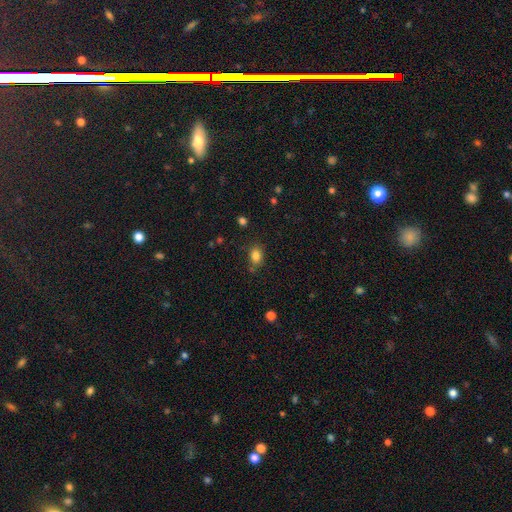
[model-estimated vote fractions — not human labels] Smooth or featured? Predicted: smooth (p=0.82). How rounded? Predicted: in between (p=0.61). Merging? Predicted: none (p=0.75).